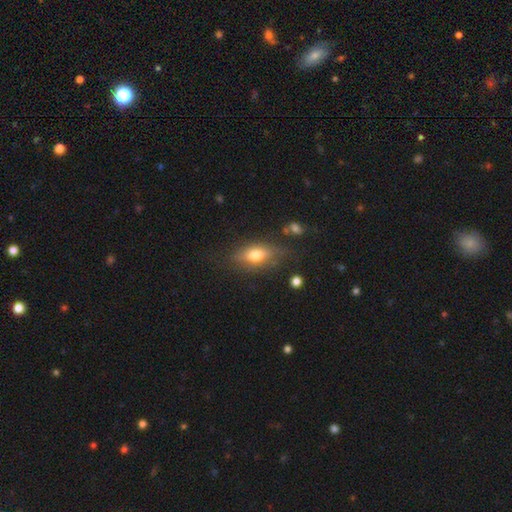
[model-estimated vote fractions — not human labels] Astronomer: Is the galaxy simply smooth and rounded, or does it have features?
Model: smooth — 68%.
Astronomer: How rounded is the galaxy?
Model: in between — 80%.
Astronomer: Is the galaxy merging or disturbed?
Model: none — 70%.